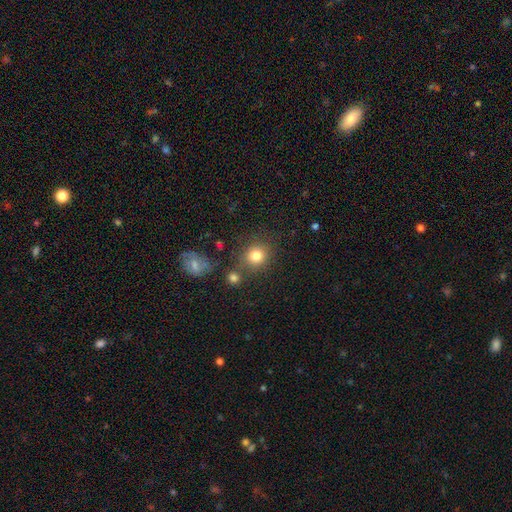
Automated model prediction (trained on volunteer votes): Smooth or featured? Predicted: smooth (p=0.81). How rounded? Predicted: round (p=0.84). Merging? Predicted: none (p=0.75).